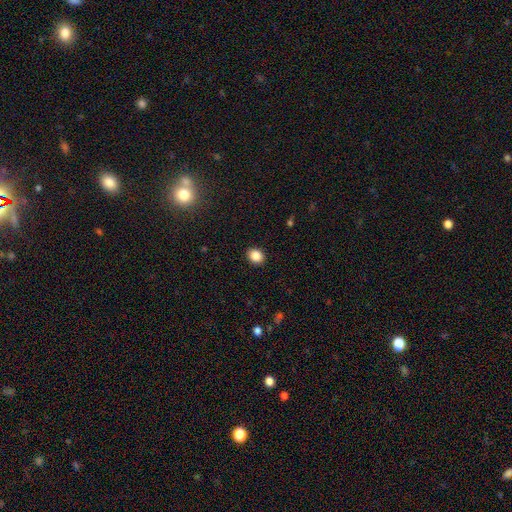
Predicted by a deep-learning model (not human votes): This appears to be a smooth galaxy with no disk features (87%) that is round (61%). Merging: none (91%).